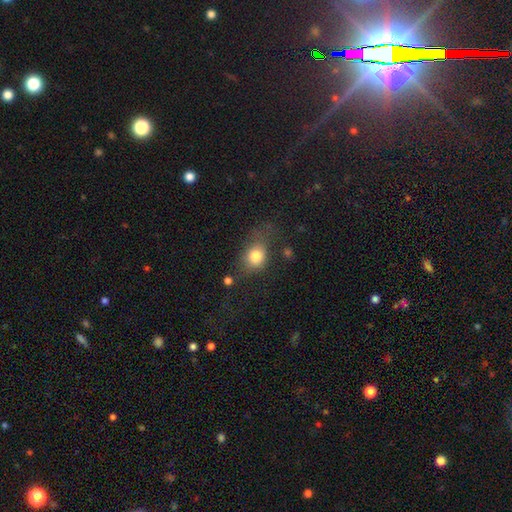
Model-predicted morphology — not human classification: Smooth or featured?
  - smooth: 79% *
  - star or artifact: 11%
  - featured or disk: 10%
How rounded?
  - round: 52% *
  - in between: 46%
  - cigar-shaped: 2%
Merging?
  - none: 50% *
  - minor disturbance: 27%
  - major disturbance: 18%
  - merger: 5%